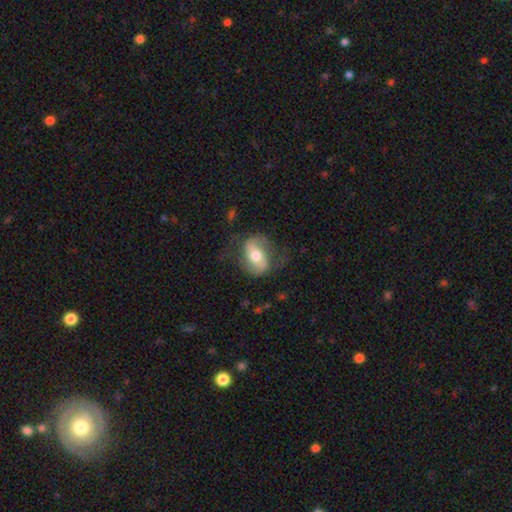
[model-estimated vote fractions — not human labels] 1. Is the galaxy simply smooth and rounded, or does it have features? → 58% featured or disk, 36% smooth, 6% star or artifact.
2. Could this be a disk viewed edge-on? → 91% no, 9% yes.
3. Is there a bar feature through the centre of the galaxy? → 44% strong, 31% weak, 25% no.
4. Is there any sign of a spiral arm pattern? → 67% yes, 33% no.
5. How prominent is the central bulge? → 67% moderate, 18% small, 13% large, 2% dominant, 1% none.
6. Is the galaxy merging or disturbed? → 61% none, 21% minor disturbance, 17% major disturbance, 2% merger.